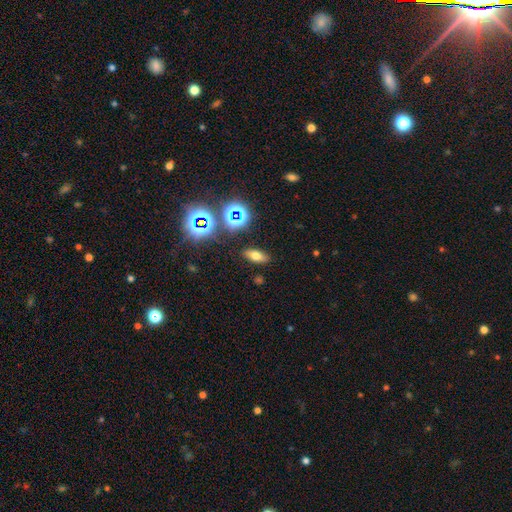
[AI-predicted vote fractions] Smooth or featured?
  - smooth: 59% *
  - star or artifact: 24%
  - featured or disk: 17%
How rounded?
  - in between: 74% *
  - cigar-shaped: 17%
  - round: 9%
Merging?
  - none: 87% *
  - minor disturbance: 8%
  - major disturbance: 3%
  - merger: 2%